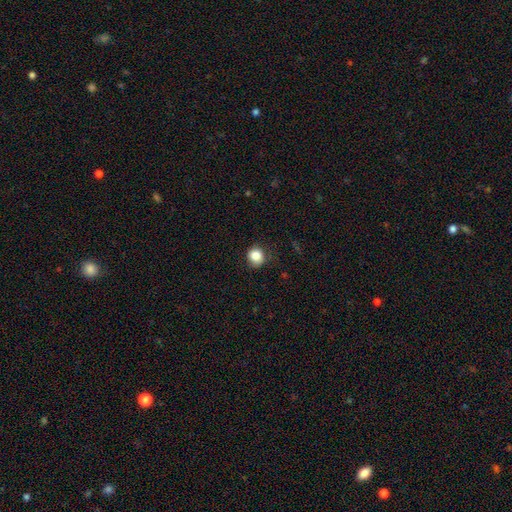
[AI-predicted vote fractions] smooth-or-featured: smooth: 85% | star or artifact: 10% | featured or disk: 6%
  how-rounded: round: 85% | in between: 14% | cigar-shaped: 1%
  merging: none: 77% | minor disturbance: 17% | major disturbance: 5% | merger: 1%